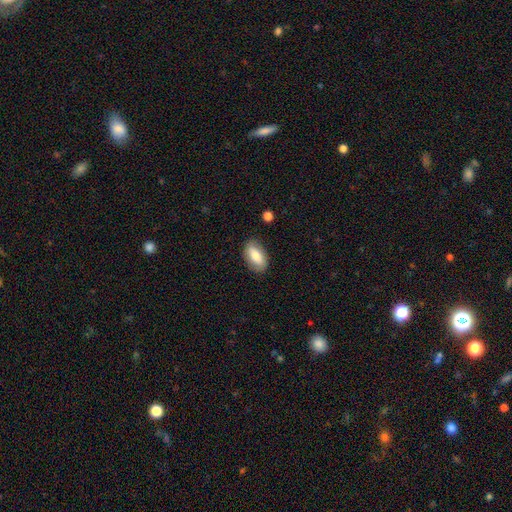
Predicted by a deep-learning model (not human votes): Morphology: type=smooth (77%); roundness=in between (91%); merging=none (82%).